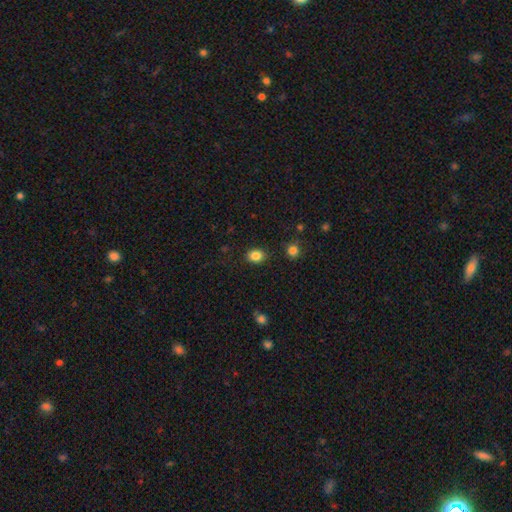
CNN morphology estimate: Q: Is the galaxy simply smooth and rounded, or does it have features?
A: smooth — 85%.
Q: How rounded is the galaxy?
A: in between — 58%.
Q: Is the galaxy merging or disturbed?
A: none — 87%.